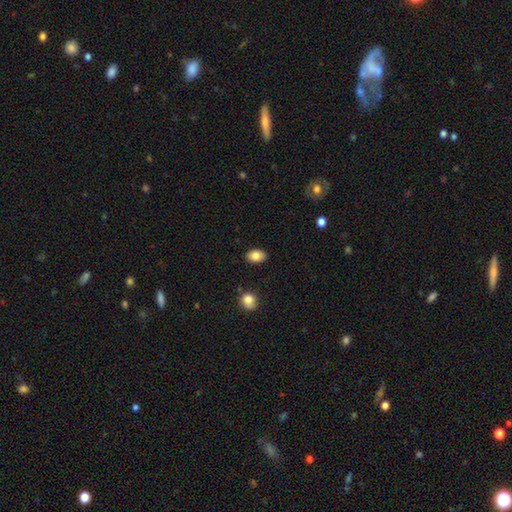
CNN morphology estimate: Overall: smooth (85%). How rounded: in between (83%). Merging: none (87%).